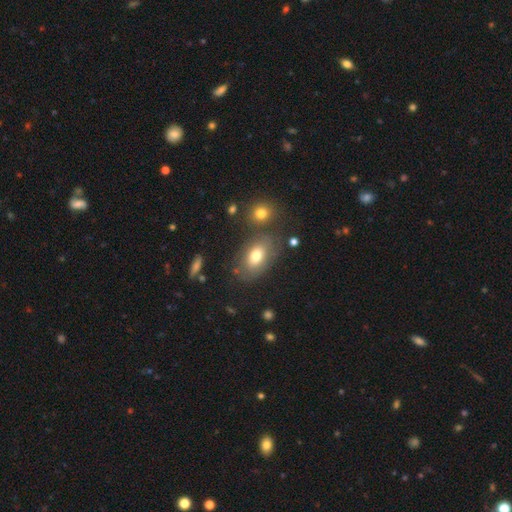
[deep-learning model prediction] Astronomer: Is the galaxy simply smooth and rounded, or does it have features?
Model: smooth — 68%.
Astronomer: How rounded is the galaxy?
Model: in between — 86%.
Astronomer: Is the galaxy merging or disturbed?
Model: none — 69%.